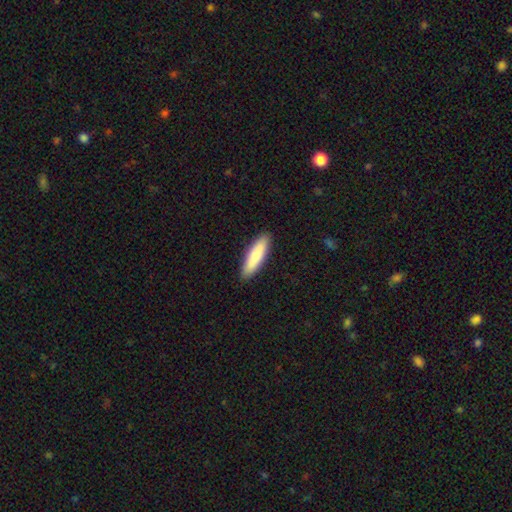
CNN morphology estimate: type=smooth (82%); roundness=cigar-shaped (68%); merging=none (90%).